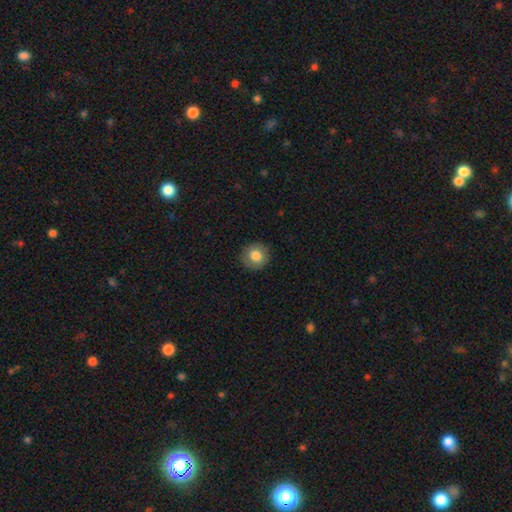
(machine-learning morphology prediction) Smooth or featured?
  - smooth: 81% *
  - featured or disk: 11%
  - star or artifact: 8%
How rounded?
  - round: 92% *
  - in between: 7%
  - cigar-shaped: 1%
Merging?
  - none: 88% *
  - minor disturbance: 9%
  - major disturbance: 2%
  - merger: 1%